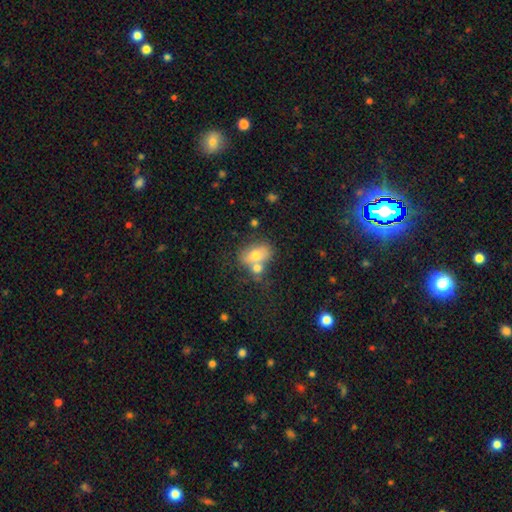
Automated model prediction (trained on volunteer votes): A smooth galaxy with no disk features (66%) that is in between round and cigar-shaped (77%). Merging: merger (46%).